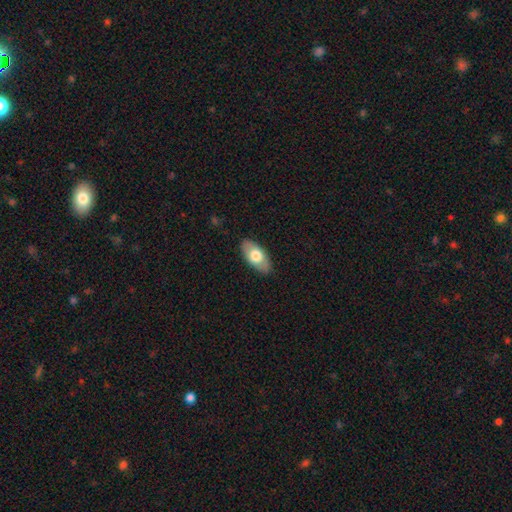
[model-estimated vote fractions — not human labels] The model was most divided on "smooth or featured": smooth: 68%, featured or disk: 26%, star or artifact: 6%. More confident: how rounded — in between (93%); merging — none (86%).